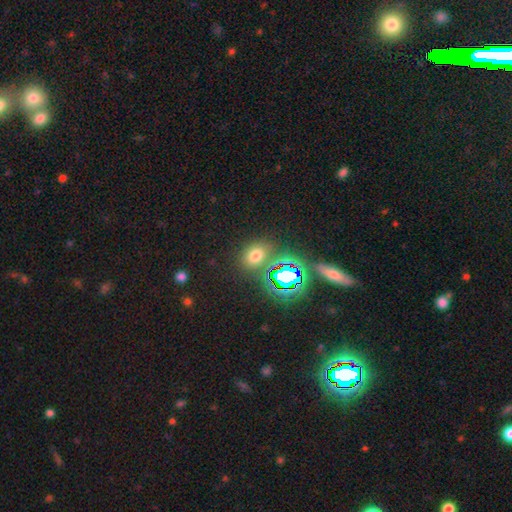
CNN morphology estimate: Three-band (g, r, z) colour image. It shows a smooth galaxy with no disk features (60%) that is in between round and cigar-shaped (49%, tied with round). Merging: none (77%).